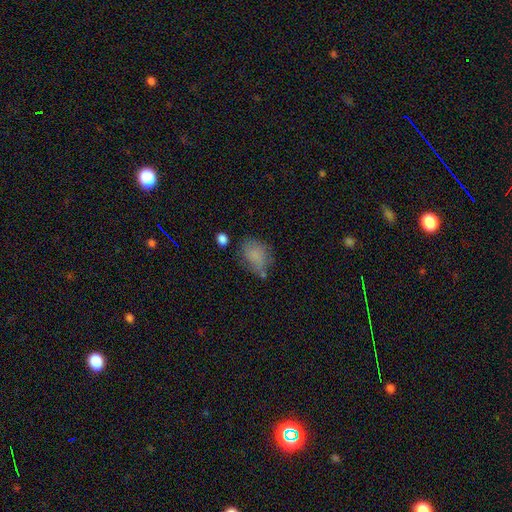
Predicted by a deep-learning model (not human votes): smooth_or_featured: smooth (p=0.77) [alt: featured or disk p=0.12]
how_rounded: in between (p=0.76) [alt: round p=0.22]
merging: none (p=0.54) [alt: minor disturbance p=0.27]